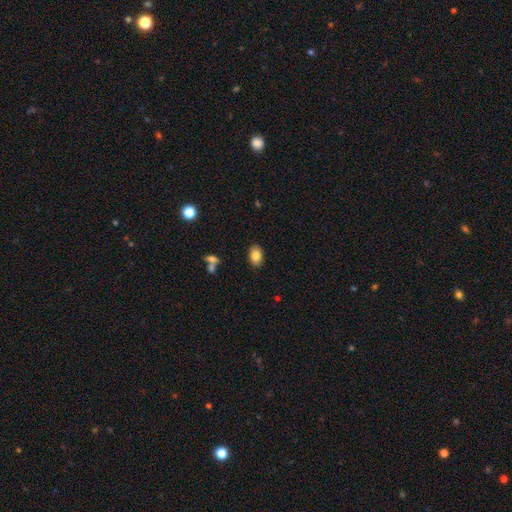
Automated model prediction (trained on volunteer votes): This is clearly a smooth galaxy (83%). How rounded: clearly in between (84%). Merging: clearly none (87%).